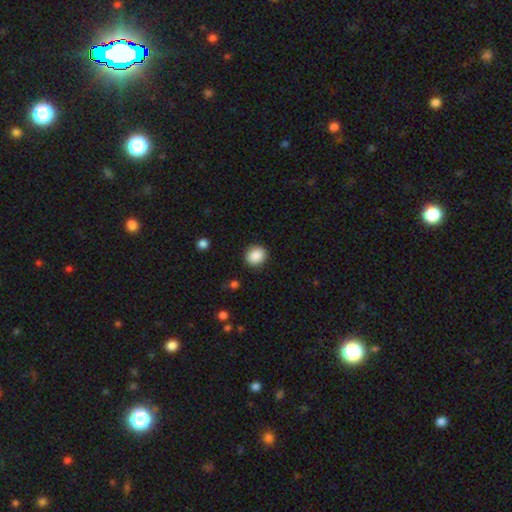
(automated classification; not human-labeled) The model was most divided on "how rounded": round: 79%, in between: 21%, cigar-shaped: 1%. More confident: merging — none (89%); smooth or featured — smooth (89%).